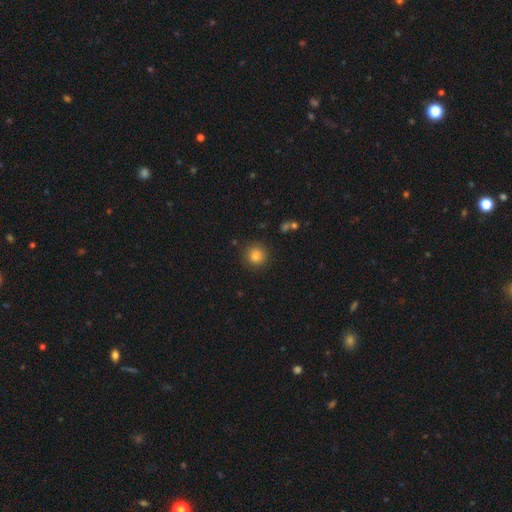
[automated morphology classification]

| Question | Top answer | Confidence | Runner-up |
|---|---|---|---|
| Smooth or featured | smooth | 83% | star or artifact (11%) |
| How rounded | round | 93% | in between (6%) |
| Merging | none | 89% | minor disturbance (7%) |